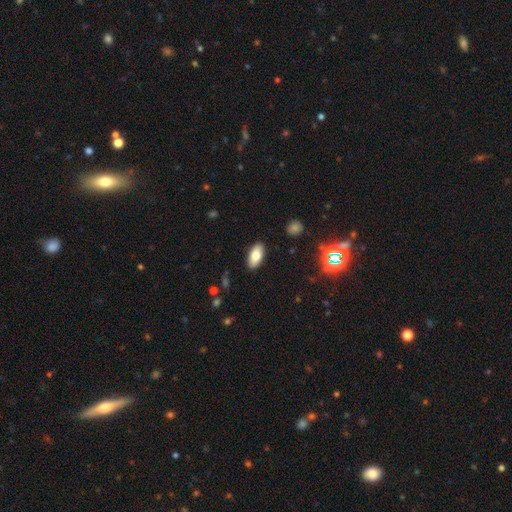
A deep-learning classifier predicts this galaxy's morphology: Q: Smooth or featured?
A: smooth (79%); runner-up: featured or disk (13%)
Q: How rounded?
A: in between (91%); runner-up: cigar-shaped (6%)
Q: Merging?
A: none (89%); runner-up: minor disturbance (8%)